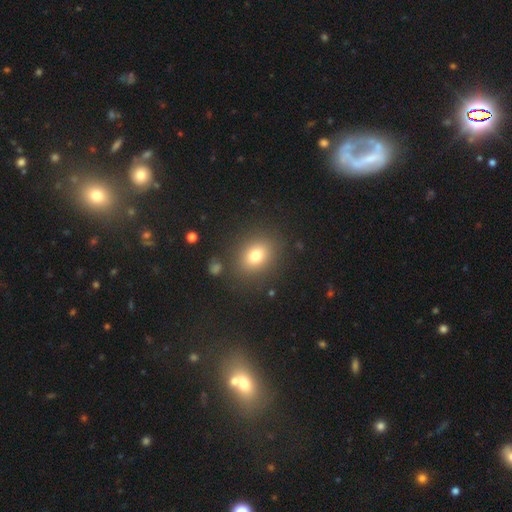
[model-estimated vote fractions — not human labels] A smooth galaxy with no disk features (76%) that is round (57%).

Vote fractions:
- Smooth or featured? smooth: 76% / star or artifact: 14% / featured or disk: 11%
- How rounded? round: 57% / in between: 42% / cigar-shaped: 1%
- Merging? none: 85% / minor disturbance: 8% / major disturbance: 4% / merger: 3%